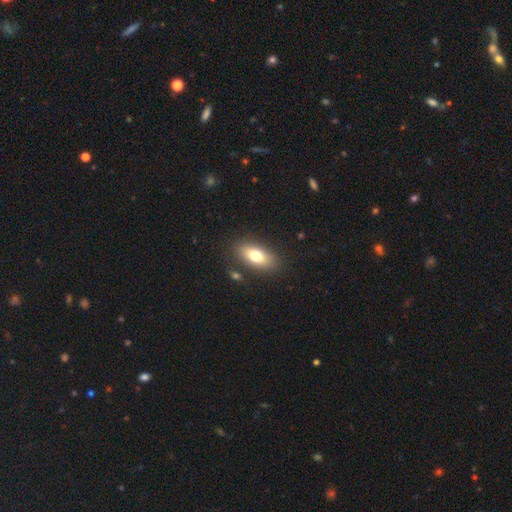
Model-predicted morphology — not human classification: Overall: smooth (74%). How rounded: in between (85%). Merging: none (82%).